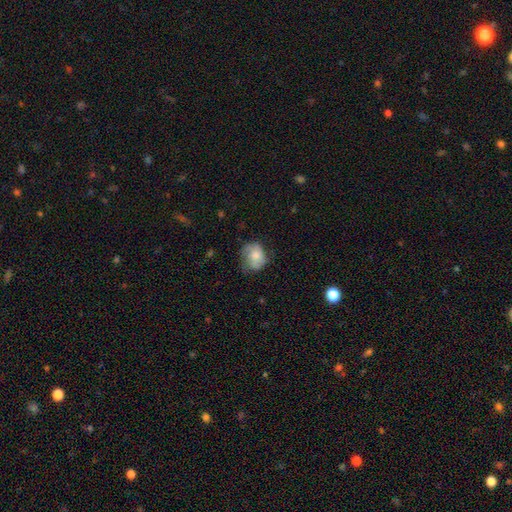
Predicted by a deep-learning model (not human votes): smooth-or-featured: smooth: 67% | featured or disk: 26% | star or artifact: 8%
  how-rounded: round: 55% | in between: 44% | cigar-shaped: 1%
  merging: none: 53% | minor disturbance: 31% | major disturbance: 14% | merger: 2%